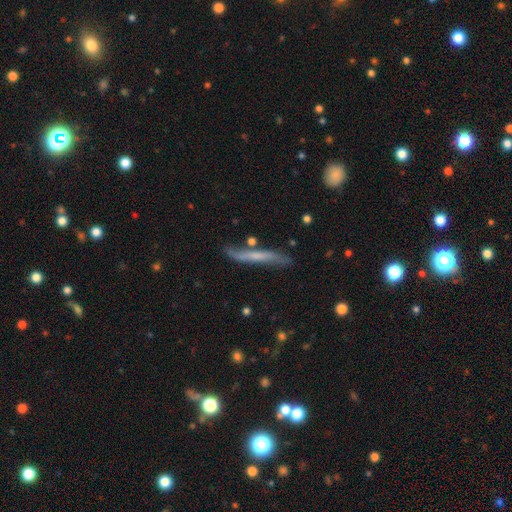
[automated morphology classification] Q: Smooth or featured?
A: featured or disk (50%); runner-up: smooth (43%)
Q: Merging?
A: none (66%); runner-up: minor disturbance (22%)